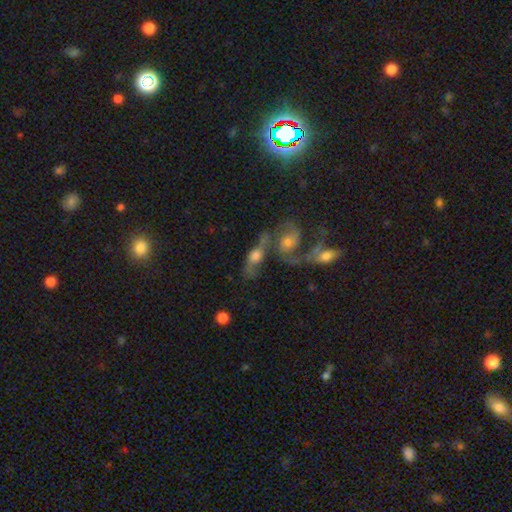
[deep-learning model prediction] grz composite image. It shows a featured or disk galaxy (55%). Merging: merger (62%).